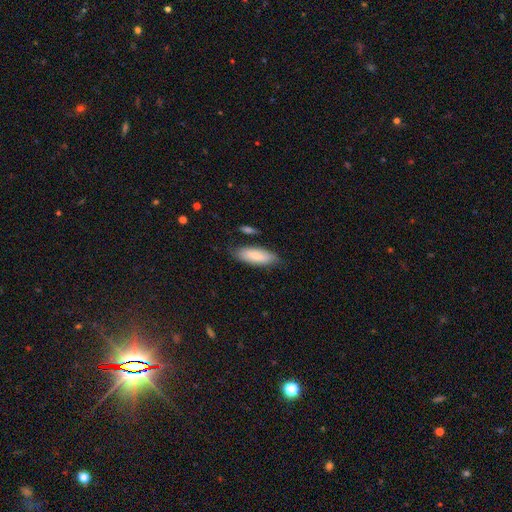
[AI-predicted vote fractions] Smooth or featured: smooth — 79% (featured or disk — 15%)
How rounded: in between — 73% (cigar-shaped — 26%)
Merging: none — 74% (minor disturbance — 18%)